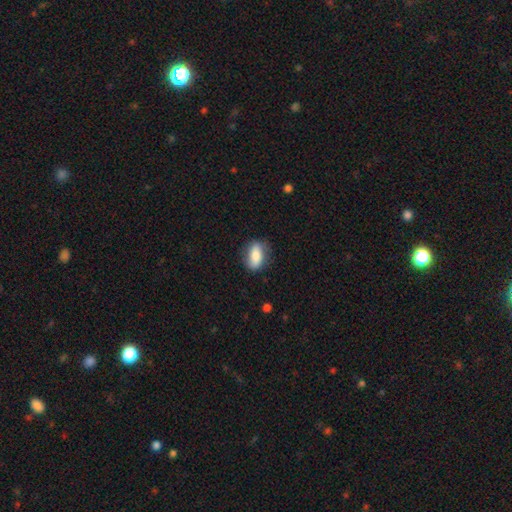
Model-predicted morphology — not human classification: smooth-or-featured: smooth: 72% | featured or disk: 22% | star or artifact: 7%
  how-rounded: in between: 83% | cigar-shaped: 9% | round: 8%
  merging: none: 78% | minor disturbance: 16% | major disturbance: 4% | merger: 1%